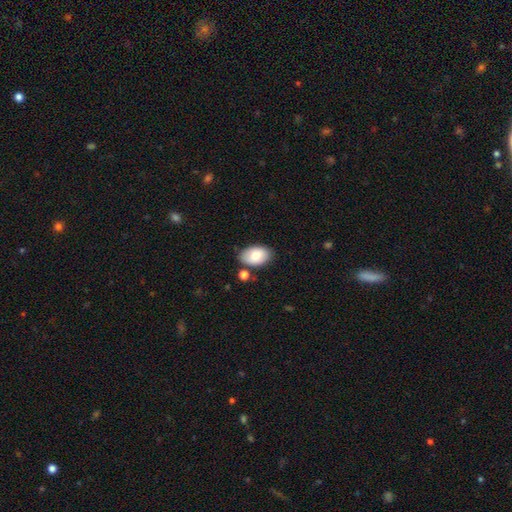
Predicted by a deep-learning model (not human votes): smooth-or-featured: smooth: 76% | featured or disk: 17% | star or artifact: 7%
  how-rounded: in between: 90% | round: 9% | cigar-shaped: 1%
  merging: none: 77% | minor disturbance: 13% | merger: 7% | major disturbance: 3%